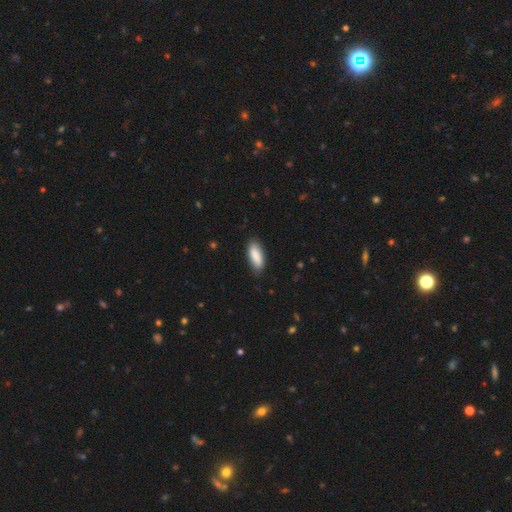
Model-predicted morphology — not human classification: A smooth galaxy with no disk features (87%) that is in between round and cigar-shaped (72%). Merging: none (83%).